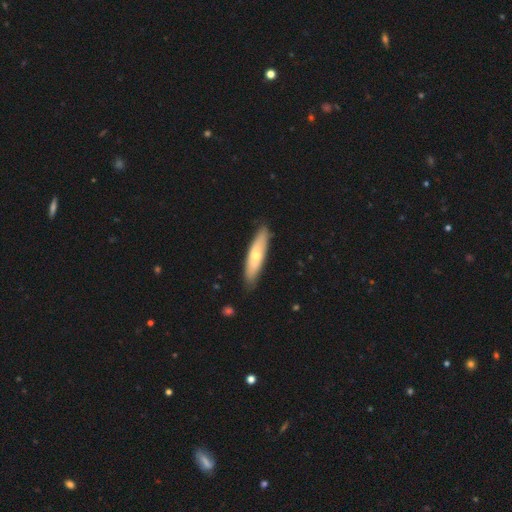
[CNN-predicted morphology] Smooth or featured? smooth (56%)
How rounded? cigar-shaped (69%)
Merging? none (85%)